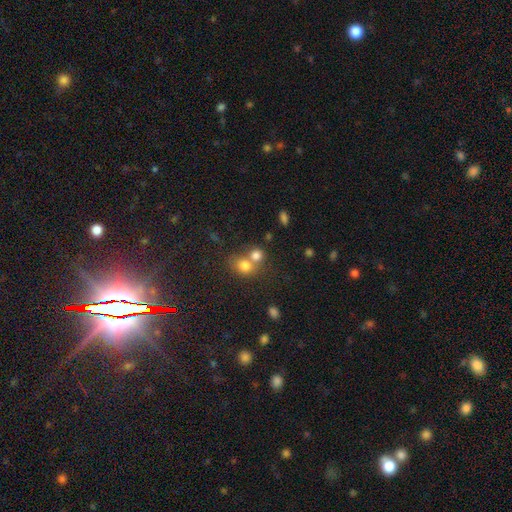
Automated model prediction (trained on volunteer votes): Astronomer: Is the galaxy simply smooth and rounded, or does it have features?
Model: smooth — 77%.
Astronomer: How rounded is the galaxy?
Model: round — 71%.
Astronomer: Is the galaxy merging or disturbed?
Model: merger — 52% (runner-up: none, 37%).